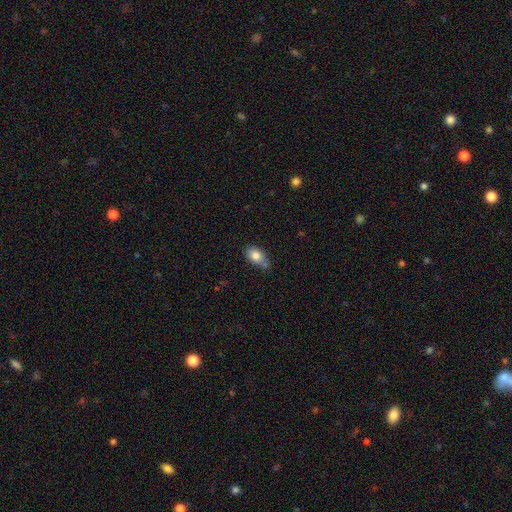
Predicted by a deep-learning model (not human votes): Overall: smooth (81%). How rounded: in between (85%). Merging: none (51%; minor disturbance 34%).